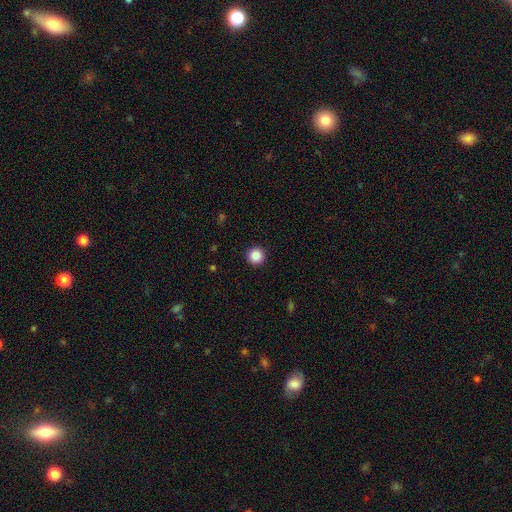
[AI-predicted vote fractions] smooth_or_featured: smooth (p=0.87) [alt: star or artifact p=0.10]
how_rounded: round (p=0.96) [alt: in between p=0.03]
merging: none (p=0.93) [alt: minor disturbance p=0.04]